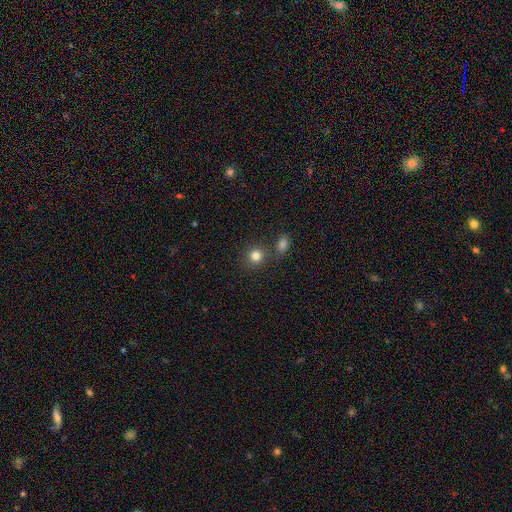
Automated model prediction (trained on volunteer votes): Smooth or featured?
  - smooth: 81% *
  - star or artifact: 13%
  - featured or disk: 6%
How rounded?
  - round: 86% *
  - in between: 14%
  - cigar-shaped: 1%
Merging?
  - none: 75% *
  - merger: 14%
  - minor disturbance: 9%
  - major disturbance: 3%